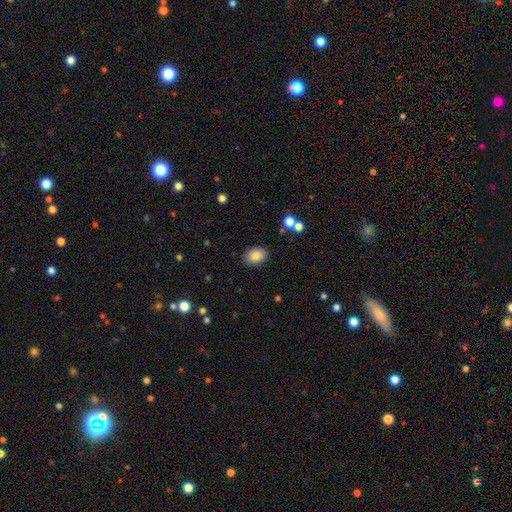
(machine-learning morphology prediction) Smooth or featured? Predicted: smooth (p=0.85). How rounded? Predicted: in between (p=0.73). Merging? Predicted: none (p=0.85).